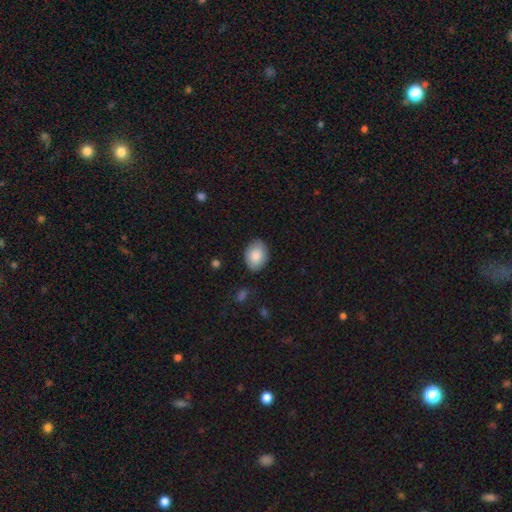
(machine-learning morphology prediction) The model was most divided on "how rounded": in between: 75%, round: 24%, cigar-shaped: 1%. More confident: smooth or featured — smooth (86%); merging — none (84%).